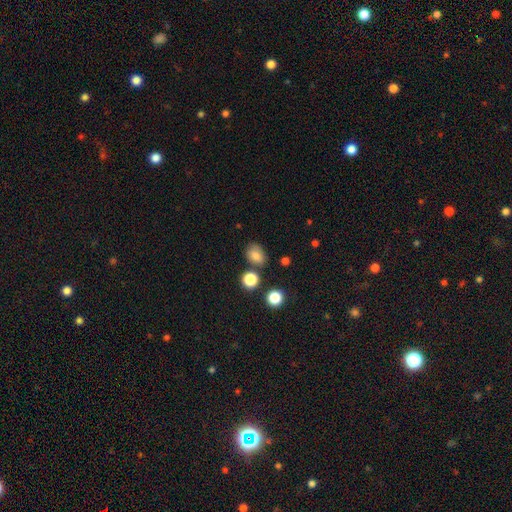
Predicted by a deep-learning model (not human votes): Smooth or featured? smooth (80%)
How rounded? in between (59%)
Merging? none (72%)